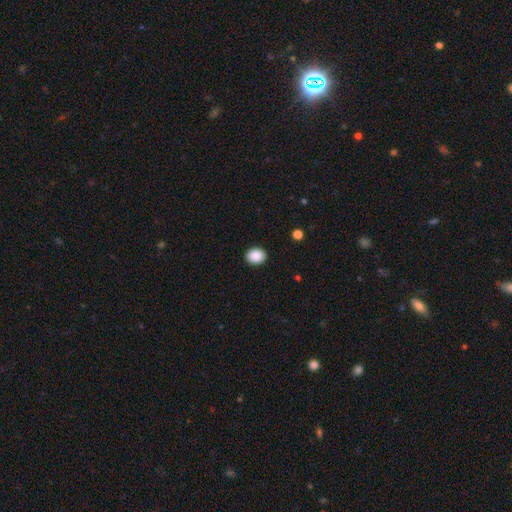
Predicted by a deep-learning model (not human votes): Q: Smooth or featured?
A: smooth (89%); runner-up: star or artifact (8%)
Q: How rounded?
A: in between (52%); runner-up: round (47%)
Q: Merging?
A: none (91%); runner-up: minor disturbance (7%)